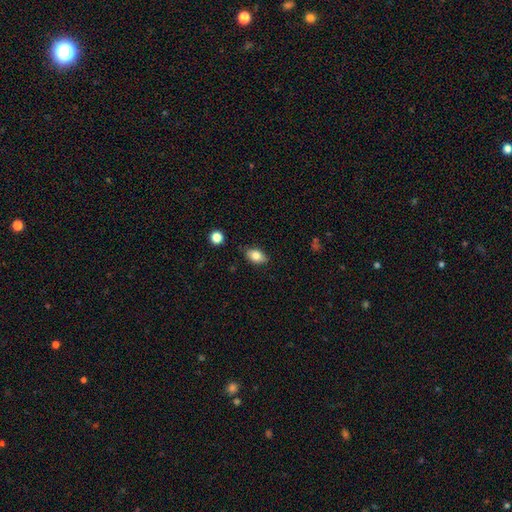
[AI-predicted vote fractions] This appears to be a smooth galaxy with no disk features (81%) that is in between round and cigar-shaped (84%). Merging: none (79%).